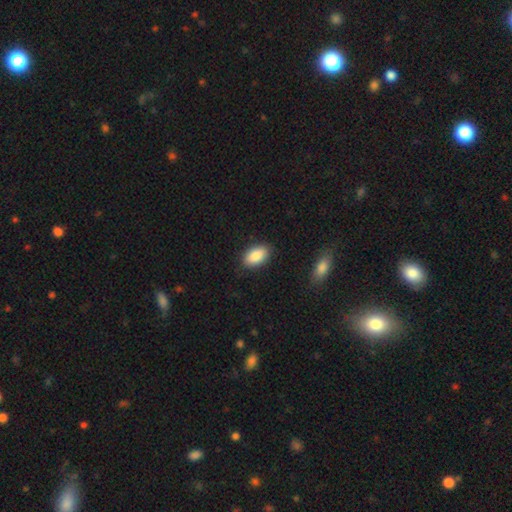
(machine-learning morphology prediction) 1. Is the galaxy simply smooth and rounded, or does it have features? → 88% smooth, 6% star or artifact, 6% featured or disk.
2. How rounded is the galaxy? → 93% in between, 5% round, 2% cigar-shaped.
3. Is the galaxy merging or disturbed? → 87% none, 10% minor disturbance, 2% major disturbance, 2% merger.